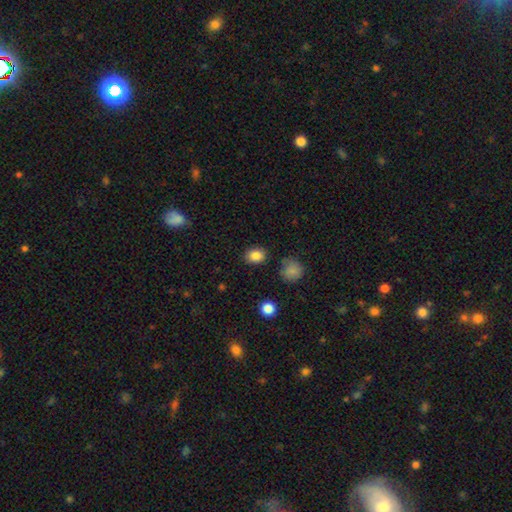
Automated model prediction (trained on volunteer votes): Overall: smooth (85%). How rounded: in between (59%; round 40%). Merging: none (83%).